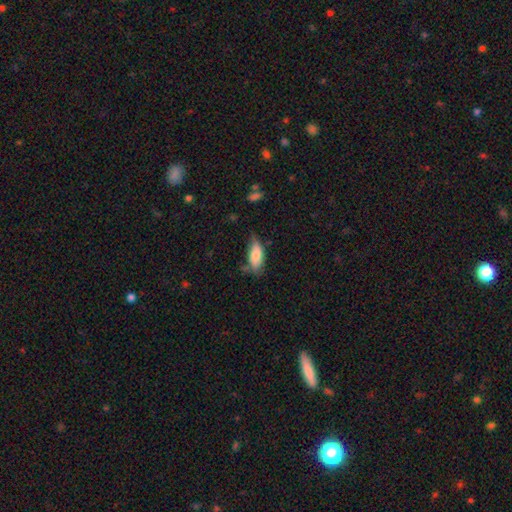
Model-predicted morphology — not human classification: A smooth galaxy with no disk features (80%) that is in between round and cigar-shaped (82%).

Vote fractions:
- Smooth or featured? smooth: 80% / featured or disk: 14% / star or artifact: 6%
- How rounded? in between: 82% / cigar-shaped: 16% / round: 2%
- Merging? none: 55% / minor disturbance: 33% / major disturbance: 8% / merger: 4%